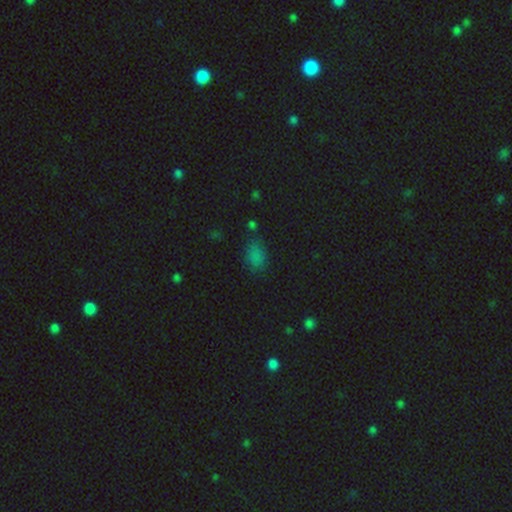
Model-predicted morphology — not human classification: Smooth or featured? Predicted: smooth (p=0.73). How rounded? Predicted: in between (p=0.83). Merging? Predicted: none (p=0.64).